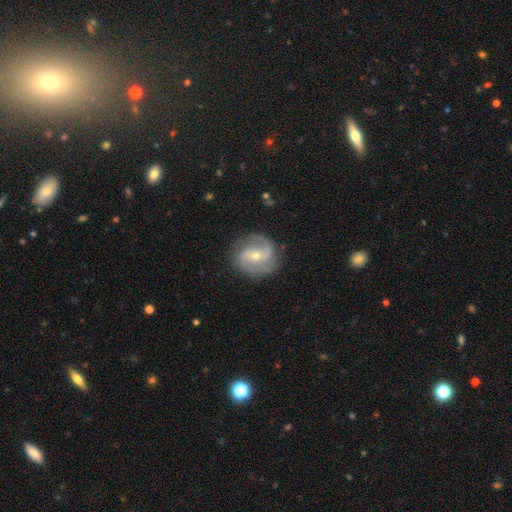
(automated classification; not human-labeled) Q: Smooth or featured?
A: featured or disk (85%); runner-up: smooth (10%)
Q: Edge-on disk?
A: no (97%); runner-up: yes (3%)
Q: Bar?
A: weak (43%); runner-up: no (36%)
Q: Spiral arms?
A: yes (95%); runner-up: no (5%)
Q: Spiral winding?
A: medium (49%); runner-up: loose (27%)
Q: Spiral arm count?
A: 2 (83%); runner-up: 3 (6%)
Q: Bulge size?
A: small (54%); runner-up: moderate (43%)
Q: Merging?
A: none (82%); runner-up: minor disturbance (12%)